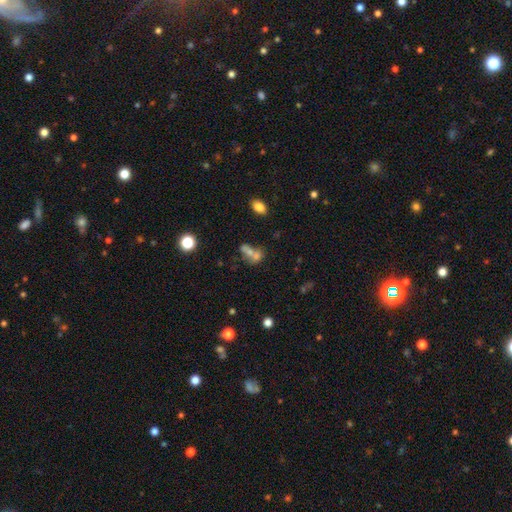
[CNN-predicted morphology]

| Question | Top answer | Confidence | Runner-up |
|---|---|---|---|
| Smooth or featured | smooth | 61% | featured or disk (22%) |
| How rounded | in between | 61% | round (34%) |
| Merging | merger | 62% | none (24%) |